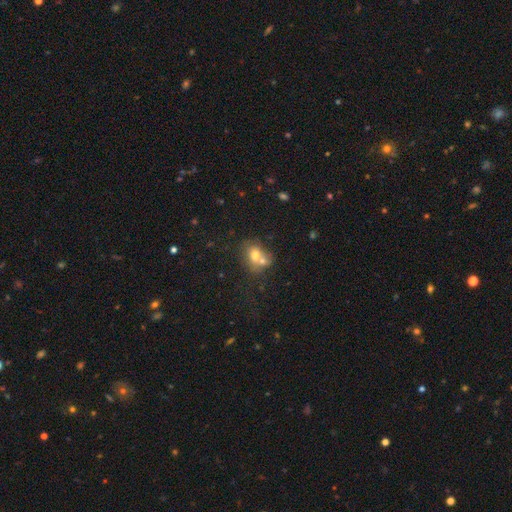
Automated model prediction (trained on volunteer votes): Q: Smooth or featured?
A: smooth (68%); runner-up: featured or disk (20%)
Q: How rounded?
A: round (51%); runner-up: in between (48%)
Q: Merging?
A: merger (55%); runner-up: none (31%)